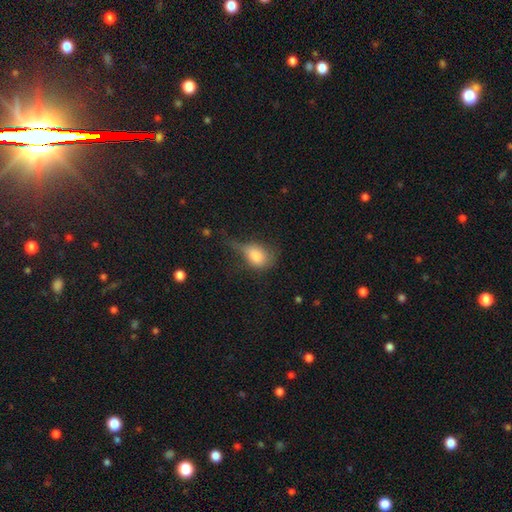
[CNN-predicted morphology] Smooth or featured? Predicted: smooth (p=0.74). How rounded? Predicted: in between (p=0.70). Merging? Predicted: major disturbance (p=0.39).